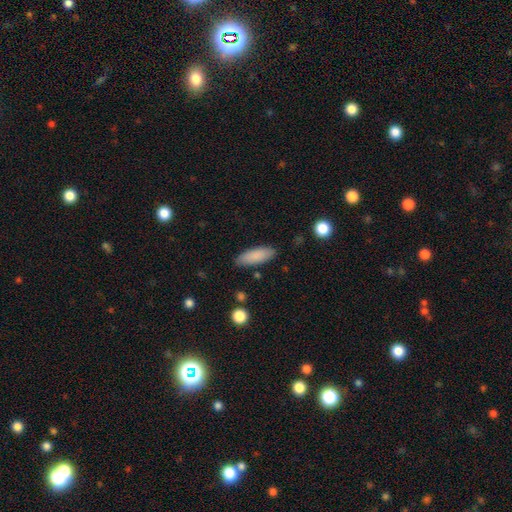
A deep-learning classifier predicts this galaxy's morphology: A smooth galaxy with no disk features (86%) that is in between round and cigar-shaped (63%).

Vote fractions:
- Smooth or featured? smooth: 86% / featured or disk: 8% / star or artifact: 6%
- How rounded? in between: 63% / cigar-shaped: 35% / round: 2%
- Merging? none: 85% / minor disturbance: 11% / major disturbance: 2% / merger: 2%